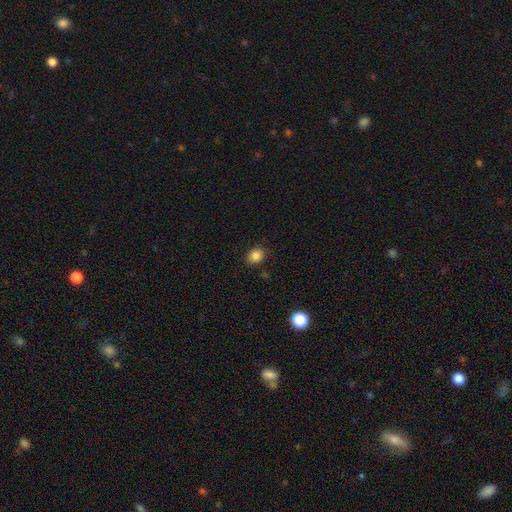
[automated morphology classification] smooth_or_featured: smooth (p=0.85) [alt: star or artifact p=0.11]
how_rounded: round (p=0.57) [alt: in between p=0.42]
merging: none (p=0.86) [alt: minor disturbance p=0.10]